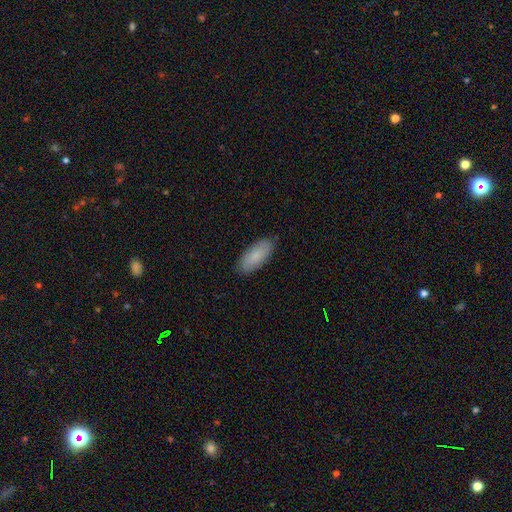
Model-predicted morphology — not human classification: This is clearly a smooth galaxy (85%). How rounded: clearly in between (83%). Merging: clearly none (88%).